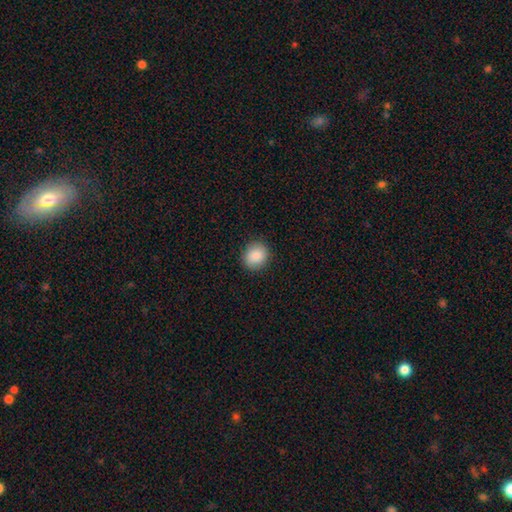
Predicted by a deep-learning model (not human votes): A smooth galaxy with no disk features (88%) that is round (79%). Merging: none (89%).